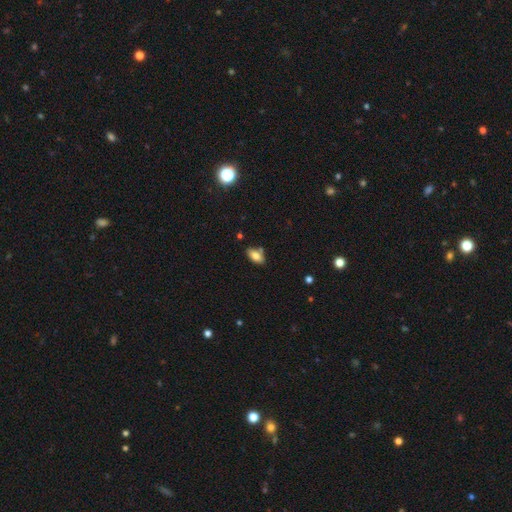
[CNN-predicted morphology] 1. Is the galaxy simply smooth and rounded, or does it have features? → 78% smooth, 14% featured or disk, 9% star or artifact.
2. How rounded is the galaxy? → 91% in between, 4% cigar-shaped, 4% round.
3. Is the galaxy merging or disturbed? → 71% none, 16% minor disturbance, 10% merger, 3% major disturbance.